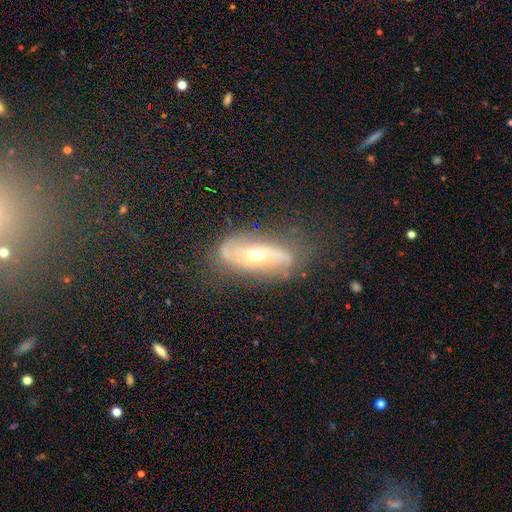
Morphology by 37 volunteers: A featured or disk galaxy (84%) with no bar (70%), 2 (85%) loose (50%) spiral arms (96%) and a small central bulge (52%). Merging: none (92%).